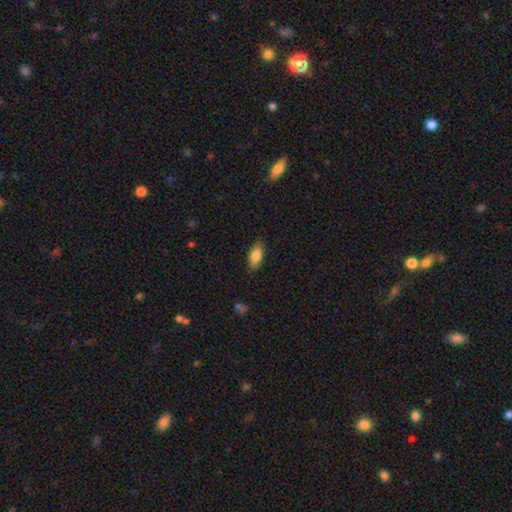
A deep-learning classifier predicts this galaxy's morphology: Smooth or featured?
  - smooth: 83% *
  - featured or disk: 10%
  - star or artifact: 7%
How rounded?
  - in between: 84% *
  - cigar-shaped: 13%
  - round: 3%
Merging?
  - none: 86% *
  - minor disturbance: 11%
  - major disturbance: 2%
  - merger: 1%